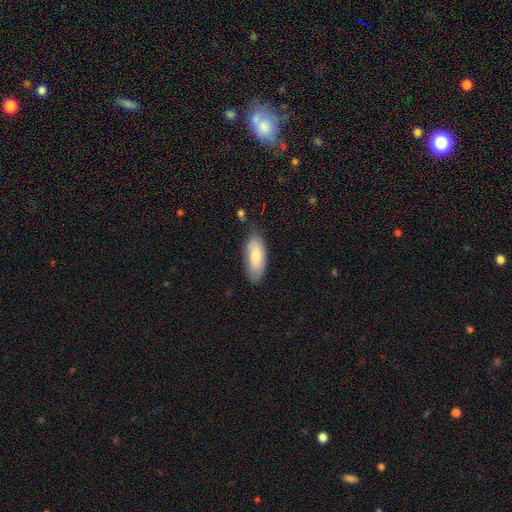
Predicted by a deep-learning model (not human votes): This appears to be a smooth galaxy with no disk features (74%) that is in between round and cigar-shaped (81%). Merging: none (76%).